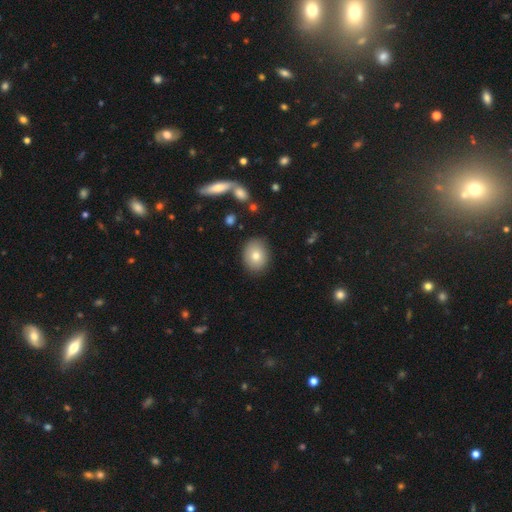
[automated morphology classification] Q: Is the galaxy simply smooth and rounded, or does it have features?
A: smooth — 78%.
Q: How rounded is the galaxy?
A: in between — 53%.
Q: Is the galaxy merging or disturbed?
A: none — 85%.